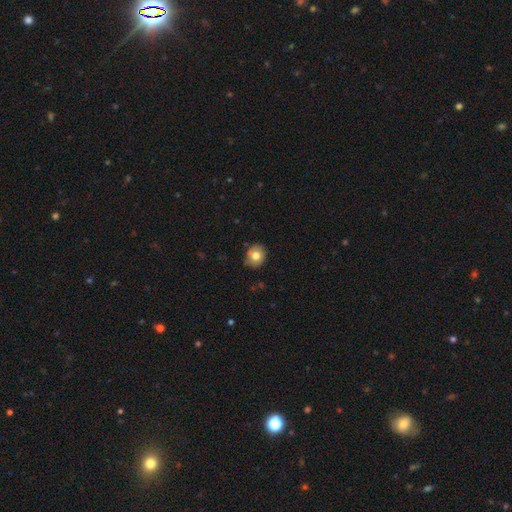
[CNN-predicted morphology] The model was most divided on "how rounded": round: 72%, in between: 27%, cigar-shaped: 1%. More confident: merging — none (80%); smooth or featured — smooth (77%).